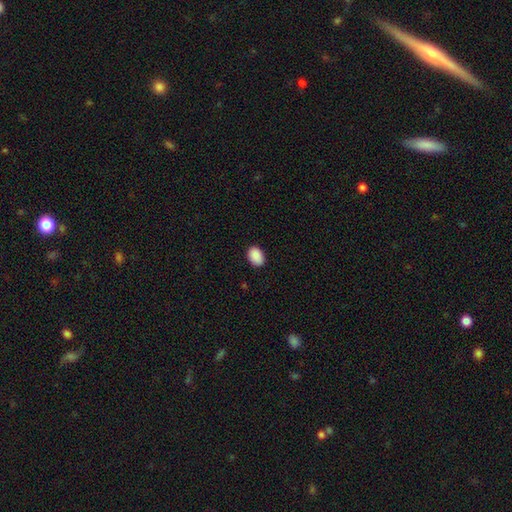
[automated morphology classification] Smooth or featured: smooth — 90% (star or artifact — 7%)
How rounded: in between — 83% (round — 16%)
Merging: none — 88% (minor disturbance — 9%)